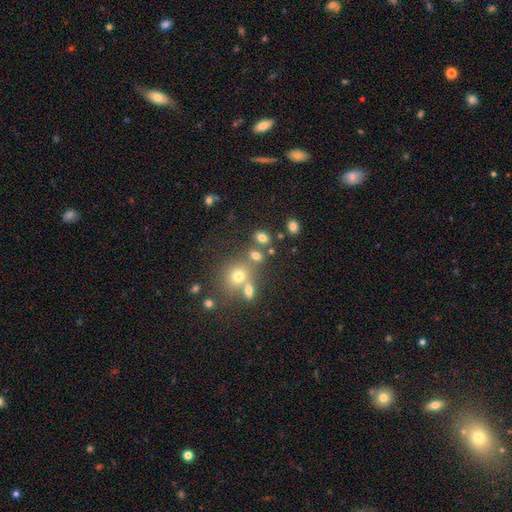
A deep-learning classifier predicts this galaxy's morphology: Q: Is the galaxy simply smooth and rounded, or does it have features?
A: smooth — 68%.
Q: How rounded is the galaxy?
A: round — 49%, tied with in between.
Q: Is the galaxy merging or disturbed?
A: none — 55%.